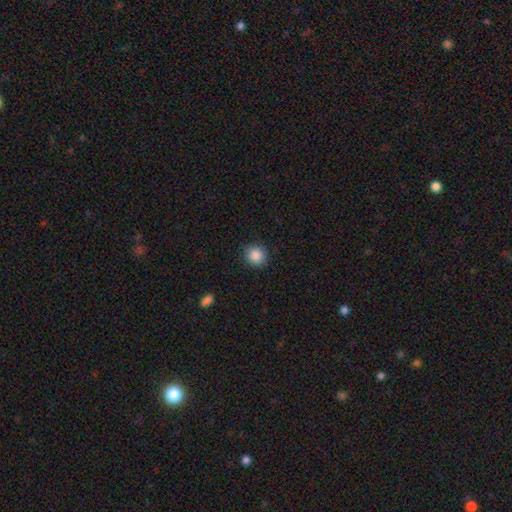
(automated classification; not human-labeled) smooth-or-featured: smooth: 88% | star or artifact: 9% | featured or disk: 3%
  how-rounded: round: 88% | in between: 11% | cigar-shaped: 1%
  merging: none: 89% | minor disturbance: 8% | major disturbance: 2% | merger: 1%